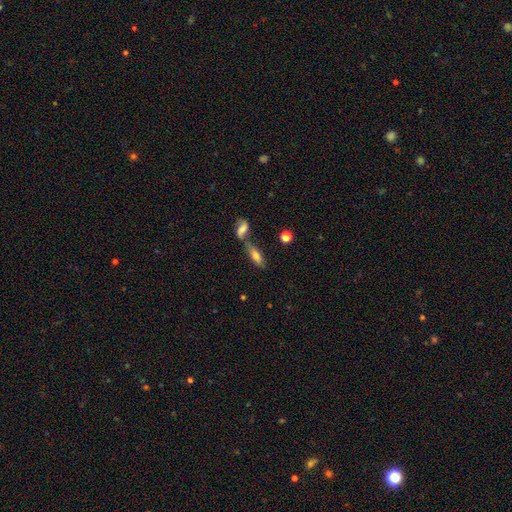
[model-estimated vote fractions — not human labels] A smooth galaxy with no disk features (69%) that is in between round and cigar-shaped (63%). Merging: none (43%).